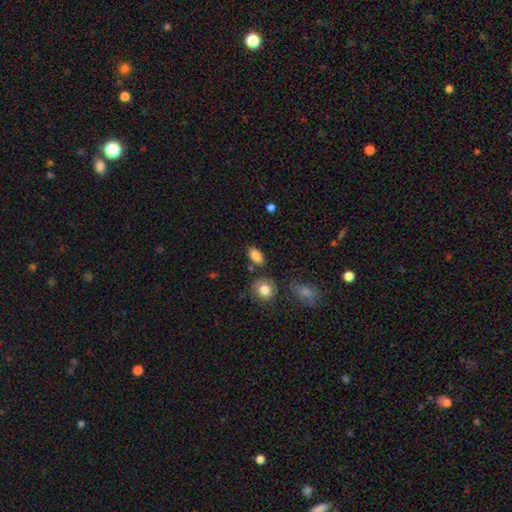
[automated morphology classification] smooth_or_featured: smooth (p=0.85) [alt: star or artifact p=0.09]
how_rounded: in between (p=0.90) [alt: round p=0.07]
merging: none (p=0.78) [alt: minor disturbance p=0.12]